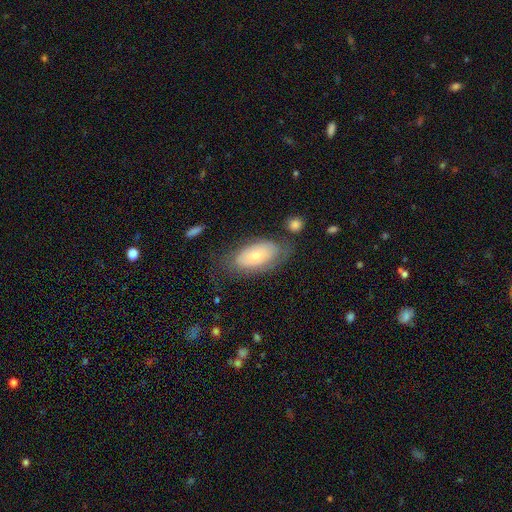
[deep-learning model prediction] A smooth galaxy with no disk features (59%) that is in between round and cigar-shaped (92%).

Vote fractions:
- Smooth or featured? smooth: 59% / featured or disk: 34% / star or artifact: 7%
- How rounded? in between: 92% / round: 4% / cigar-shaped: 3%
- Merging? none: 57% / minor disturbance: 25% / major disturbance: 14% / merger: 4%